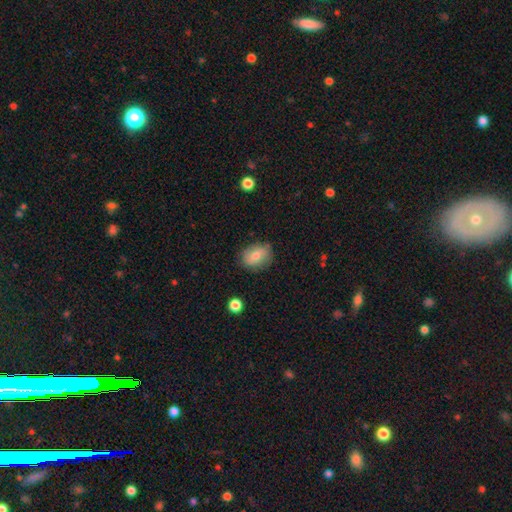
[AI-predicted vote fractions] A smooth galaxy with no disk features (70%) that is in between round and cigar-shaped (66%). Merging: none (79%).